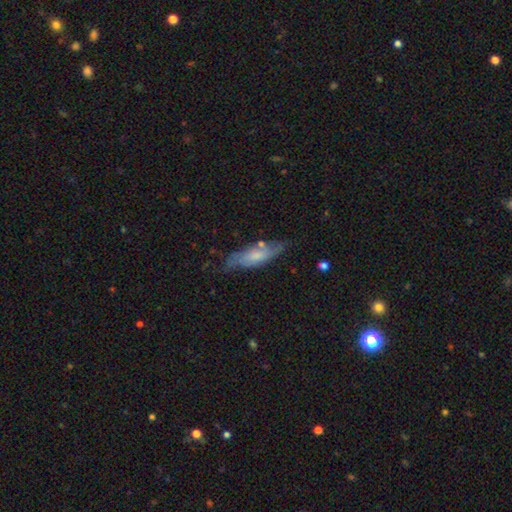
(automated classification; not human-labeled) A smooth galaxy with no disk features (52%) that is cigar-shaped (51%).

Vote fractions:
- Smooth or featured? smooth: 52% / featured or disk: 42% / star or artifact: 6%
- How rounded? cigar-shaped: 51% / in between: 47% / round: 2%
- Merging? none: 65% / minor disturbance: 24% / major disturbance: 7% / merger: 4%